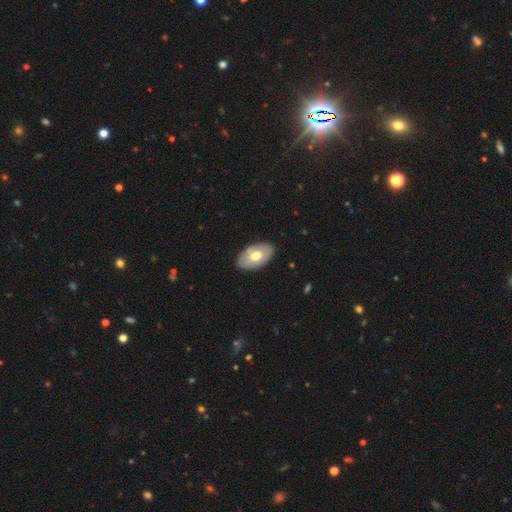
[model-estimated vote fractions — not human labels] Morphology: type=smooth (60%); roundness=in between (93%); merging=none (86%).